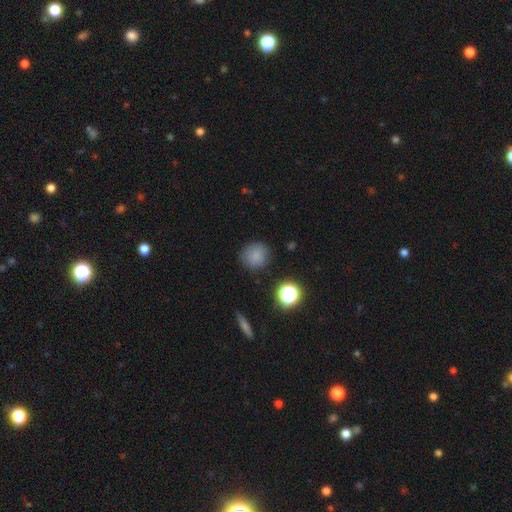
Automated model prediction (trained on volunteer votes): smooth 80%, star or artifact 14%, featured or disk 6%. Down the decision tree: how rounded — round (88%); merging — none (83%).